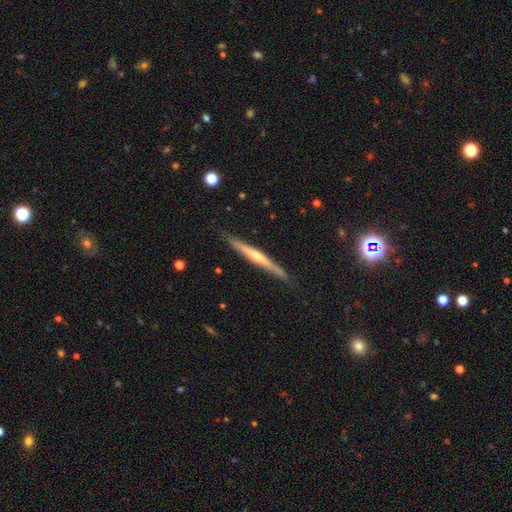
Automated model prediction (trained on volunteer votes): smooth_or_featured: featured or disk (p=0.66) [alt: smooth p=0.28]
disk_edge_on: yes (p=0.97) [alt: no p=0.03]
edge_on_bulge: rounded (p=0.61) [alt: none p=0.33]
merging: none (p=0.86) [alt: minor disturbance p=0.11]